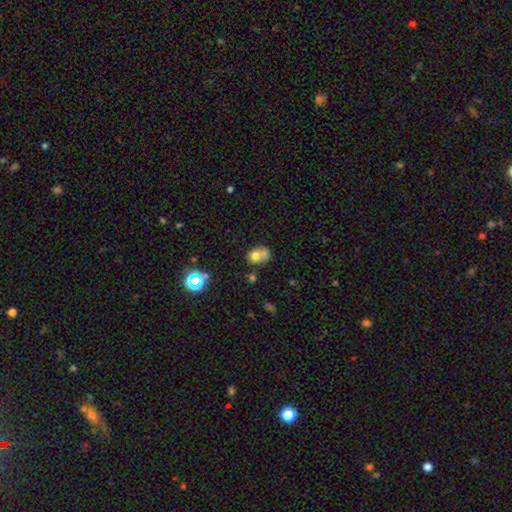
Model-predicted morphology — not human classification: Smooth or featured? smooth (67%)
How rounded? round (52%)
Merging? merger (49%)